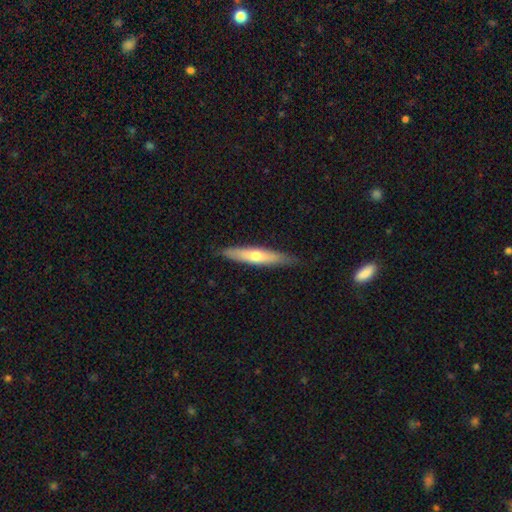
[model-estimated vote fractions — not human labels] This is possibly a smooth galaxy (54%). How rounded: clearly cigar-shaped (87%). Merging: clearly none (85%).